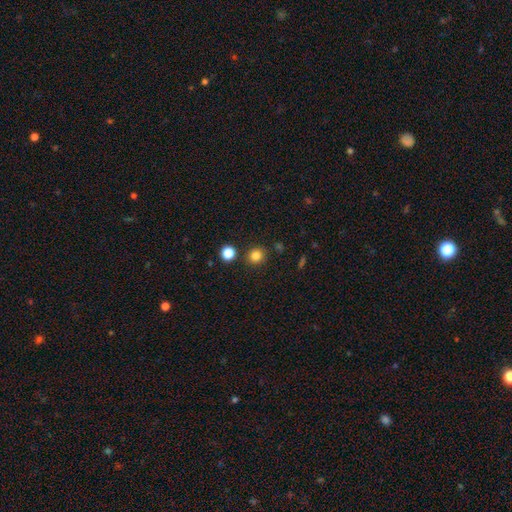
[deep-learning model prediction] A smooth galaxy with no disk features (82%) that is round (90%). Merging: none (87%).